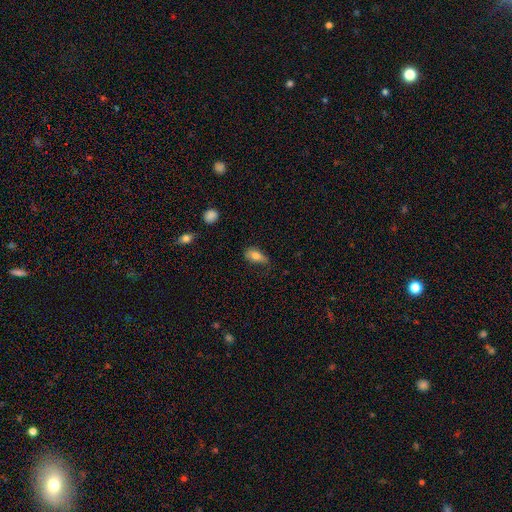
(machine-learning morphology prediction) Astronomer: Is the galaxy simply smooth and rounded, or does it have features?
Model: smooth — 79%.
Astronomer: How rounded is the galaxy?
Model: in between — 87%.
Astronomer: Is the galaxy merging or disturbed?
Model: none — 54% (runner-up: minor disturbance, 34%).